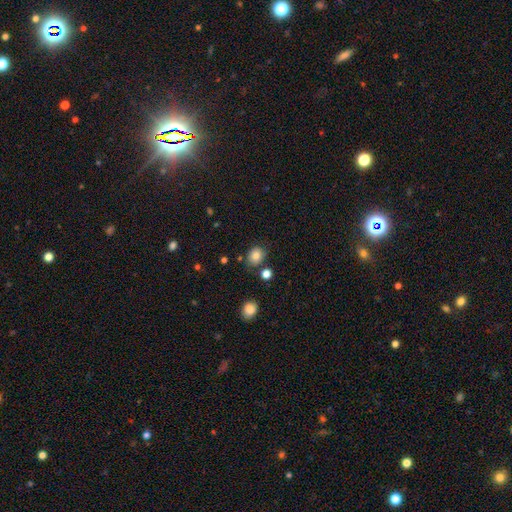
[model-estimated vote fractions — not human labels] This is clearly a smooth galaxy (82%). How rounded: possibly round (57%). Merging: likely none (72%).